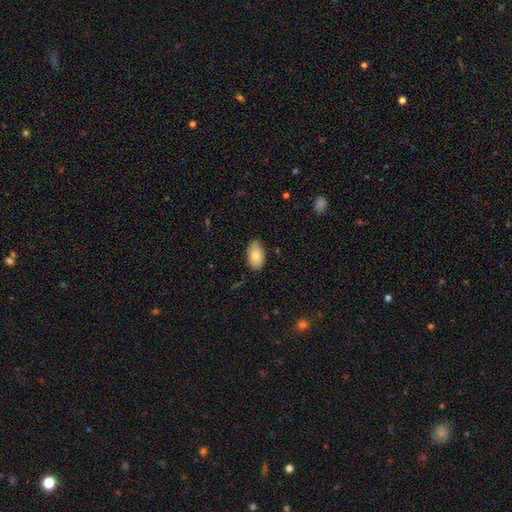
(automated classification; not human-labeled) Smooth or featured: smooth — 82% (featured or disk — 11%)
How rounded: in between — 94% (round — 5%)
Merging: none — 78% (minor disturbance — 18%)